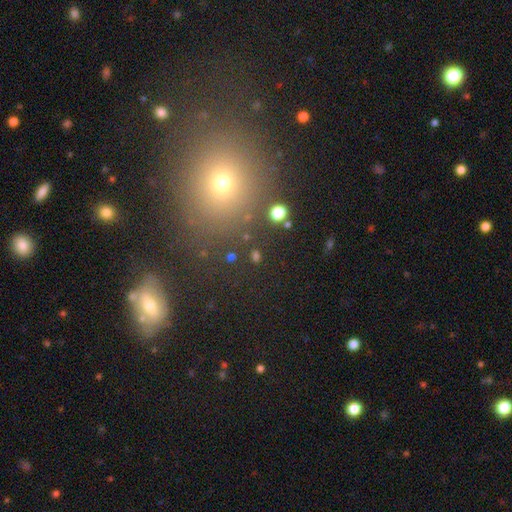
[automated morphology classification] The model was most divided on "smooth or featured": smooth: 56%, star or artifact: 34%, featured or disk: 11%. More confident: merging — none (82%); how rounded — round (82%).